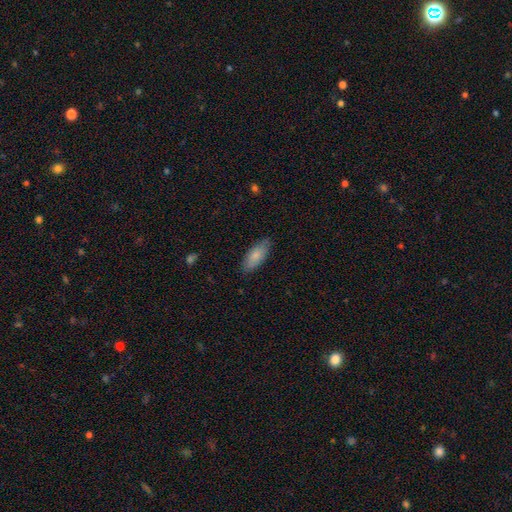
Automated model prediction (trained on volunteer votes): Smooth or featured? smooth (80%)
How rounded? in between (82%)
Merging? none (82%)